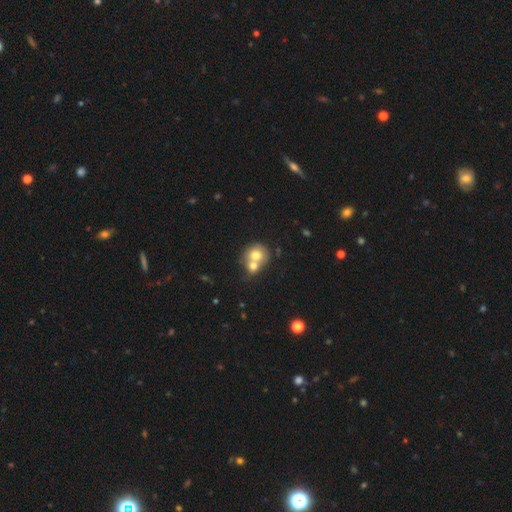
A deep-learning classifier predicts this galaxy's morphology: smooth 69%, featured or disk 21%, star or artifact 9%. Down the decision tree: how rounded — round (76%); merging — merger (67%).